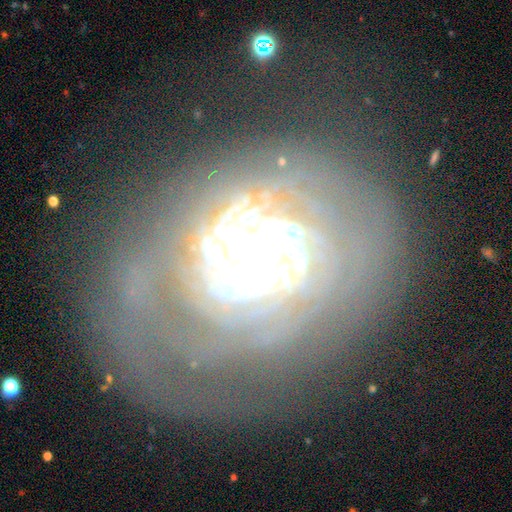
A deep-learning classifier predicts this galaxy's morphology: The model was most divided on "bulge size": large: 39%, moderate: 35%, small: 12%, dominant: 10%, none: 5%. Remaining: edge-on disk — no (96%); spiral arms — yes (87%); smooth or featured — featured or disk (79%); spiral winding — tight (79%); bar — no (69%); merging — none (61%); spiral arm count — can't tell (38%).